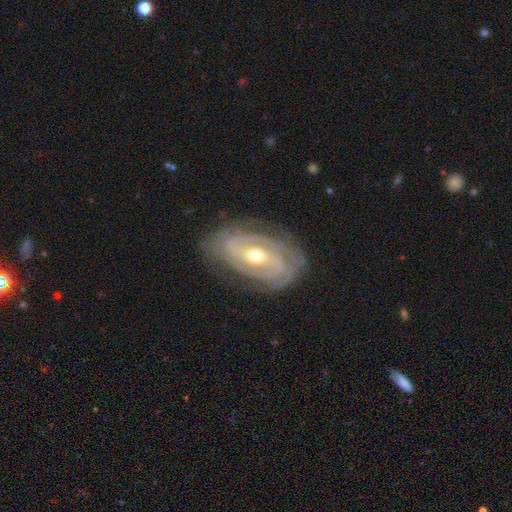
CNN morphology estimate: type=featured or disk (87%); edge-on=no (94%); bar=weak (39%); spiral arms=yes (92%); winding=tight (68%); arm count=2 (46%); bulge=moderate (61%); merging=none (77%).